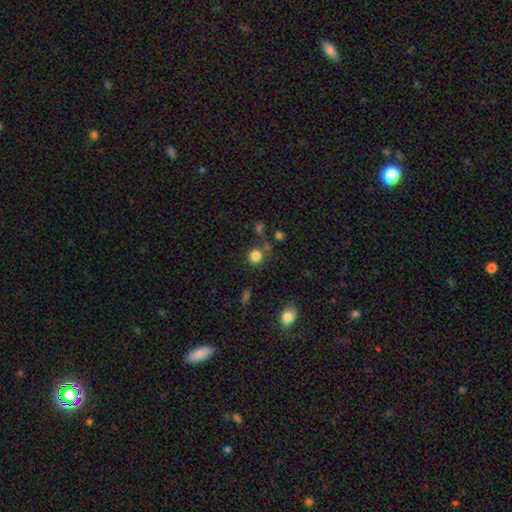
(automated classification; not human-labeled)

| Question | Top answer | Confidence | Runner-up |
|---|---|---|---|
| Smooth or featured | smooth | 83% | star or artifact (12%) |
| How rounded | round | 88% | in between (11%) |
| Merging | none | 72% | minor disturbance (12%) |